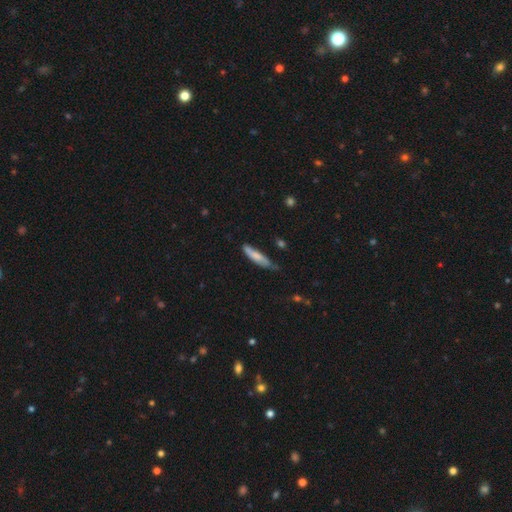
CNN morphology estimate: smooth_or_featured: smooth (p=0.73) [alt: featured or disk p=0.21]
how_rounded: cigar-shaped (p=0.77) [alt: in between p=0.21]
merging: none (p=0.53) [alt: minor disturbance p=0.36]